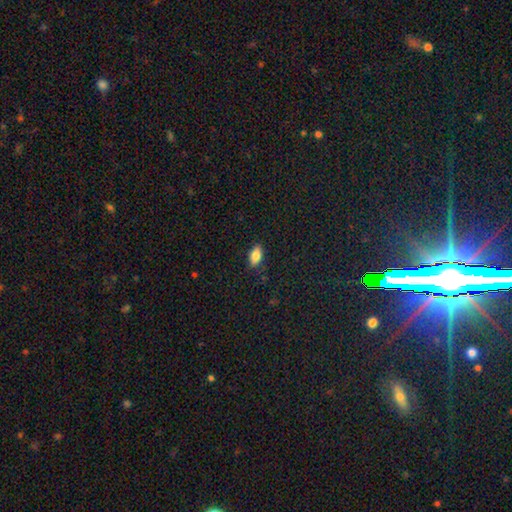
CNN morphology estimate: Q: Smooth or featured?
A: smooth (81%); runner-up: featured or disk (11%)
Q: How rounded?
A: in between (89%); runner-up: cigar-shaped (7%)
Q: Merging?
A: none (86%); runner-up: minor disturbance (11%)